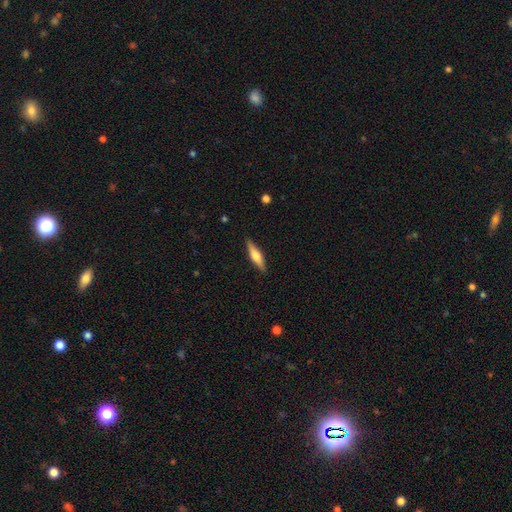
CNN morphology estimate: smooth-or-featured: featured or disk: 47% (tied) | smooth: 47% (tied) | star or artifact: 6%
  merging: none: 89% | minor disturbance: 8% | major disturbance: 2% | merger: 1%